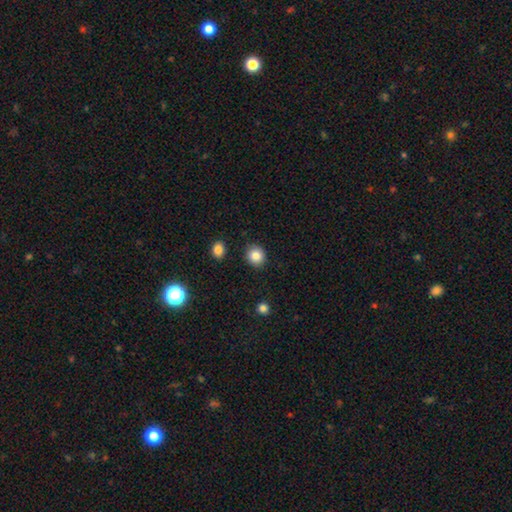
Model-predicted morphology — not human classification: A smooth galaxy with no disk features (85%) that is round (86%). Merging: none (88%).